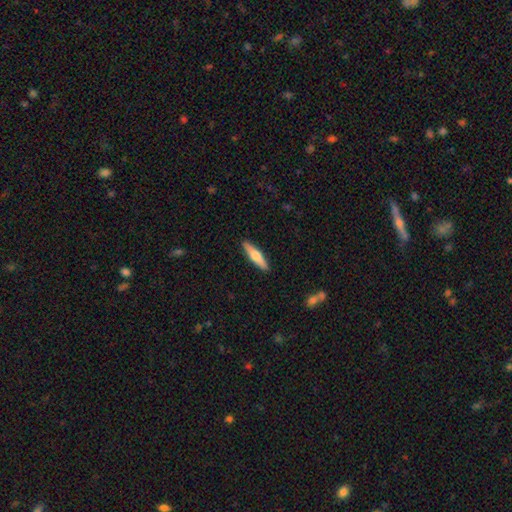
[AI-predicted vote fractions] A smooth galaxy with no disk features (51%) that is cigar-shaped (78%).

Vote fractions:
- Smooth or featured? smooth: 51% / featured or disk: 44% / star or artifact: 5%
- How rounded? cigar-shaped: 78% / in between: 20% / round: 2%
- Merging? none: 90% / minor disturbance: 7% / major disturbance: 1% / merger: 1%